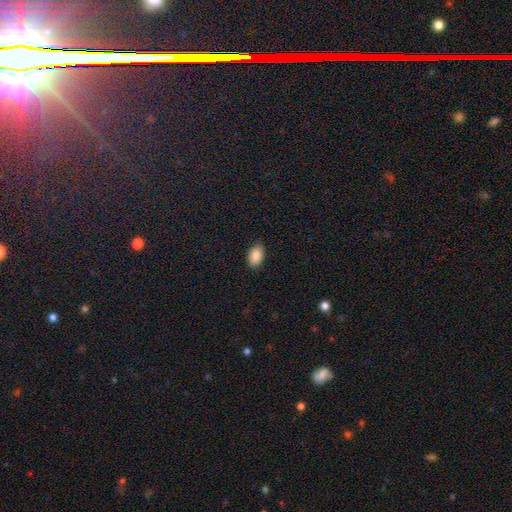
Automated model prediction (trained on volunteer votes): Smooth or featured?
  - smooth: 89% *
  - star or artifact: 7%
  - featured or disk: 4%
How rounded?
  - in between: 91% *
  - round: 7%
  - cigar-shaped: 2%
Merging?
  - none: 84% *
  - minor disturbance: 13%
  - major disturbance: 2%
  - merger: 1%